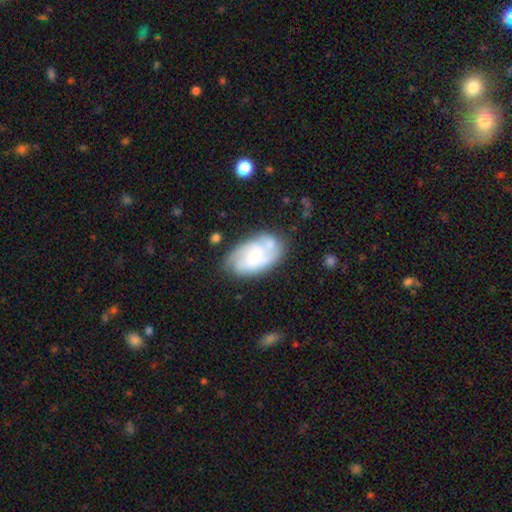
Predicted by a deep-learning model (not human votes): A featured or disk galaxy (61%) with no bar (70%), spiral arms (81%) and a small central bulge (51%). Merging: none (61%).